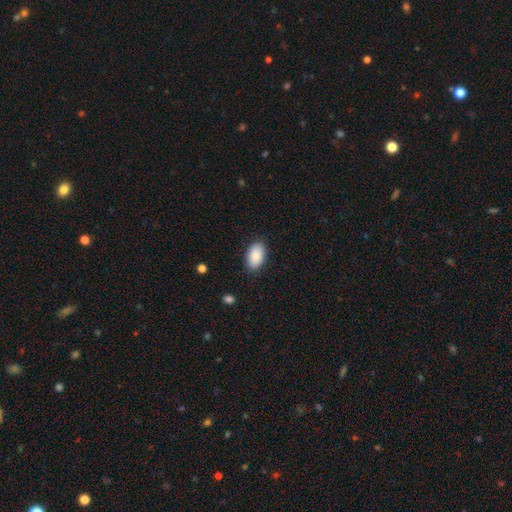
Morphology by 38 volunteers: This appears to be a smooth galaxy with no disk features (92%) that is in between round and cigar-shaped (91%). Merging: none (92%).